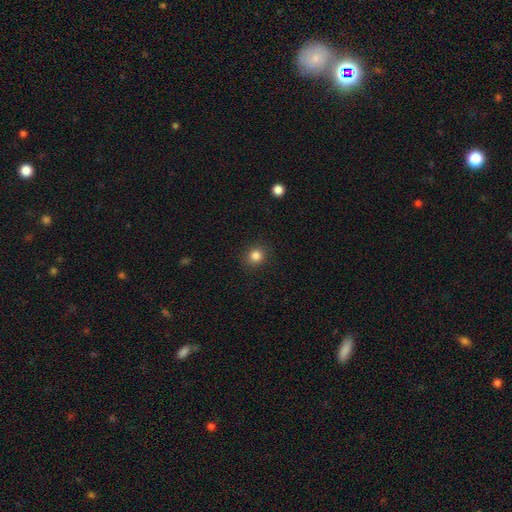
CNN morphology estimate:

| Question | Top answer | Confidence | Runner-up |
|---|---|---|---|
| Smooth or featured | smooth | 84% | star or artifact (11%) |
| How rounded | round | 84% | in between (15%) |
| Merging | none | 89% | minor disturbance (7%) |